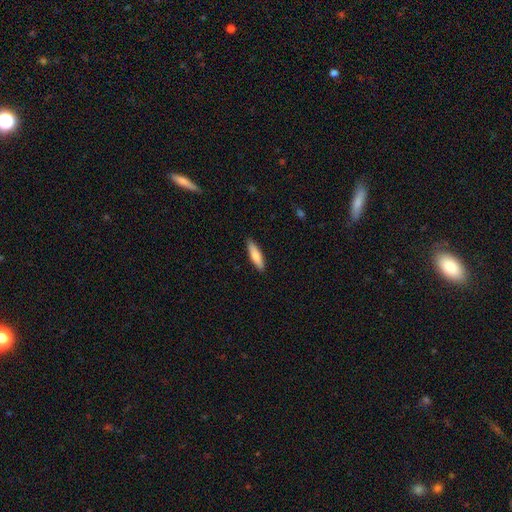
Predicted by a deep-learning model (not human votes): Smooth or featured? smooth (78%)
How rounded? cigar-shaped (70%)
Merging? none (89%)